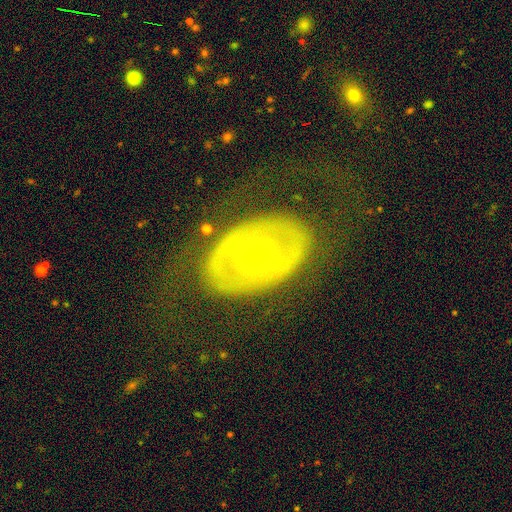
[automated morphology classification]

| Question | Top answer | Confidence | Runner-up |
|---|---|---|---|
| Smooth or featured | featured or disk | 71% | smooth (23%) |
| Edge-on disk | no | 92% | yes (8%) |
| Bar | no | 56% | weak (25%) |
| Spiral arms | no | 76% | yes (24%) |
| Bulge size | moderate | 59% | small (35%) |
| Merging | none | 68% | major disturbance (16%) |